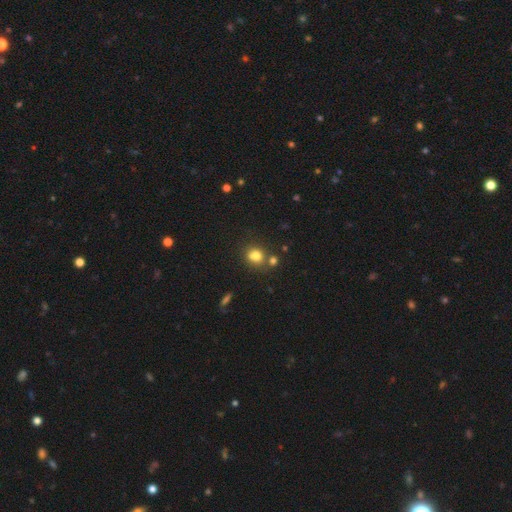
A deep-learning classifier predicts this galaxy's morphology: This appears to be a smooth galaxy with no disk features (80%) that is round (64%). Merging: none (64%).